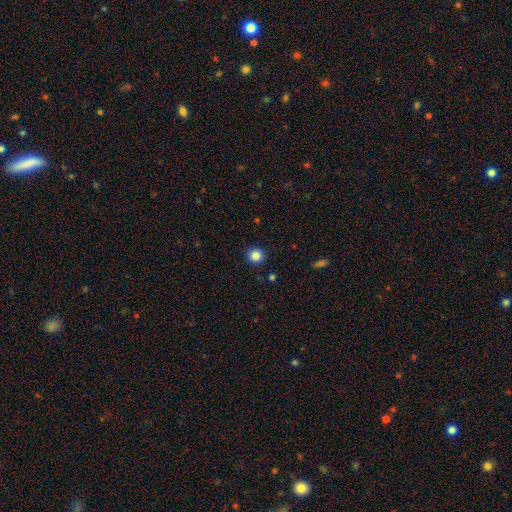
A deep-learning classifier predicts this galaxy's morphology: This is clearly a smooth galaxy (85%). How rounded: clearly round (95%). Merging: clearly none (92%).